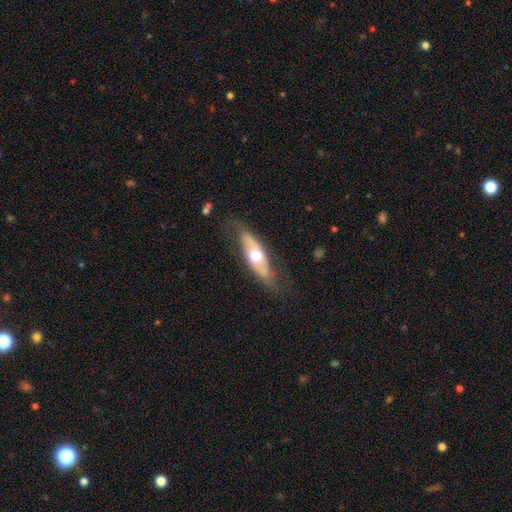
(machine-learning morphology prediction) Smooth or featured? featured or disk (57%)
Edge-on disk? no (61%)
Merging? none (68%)